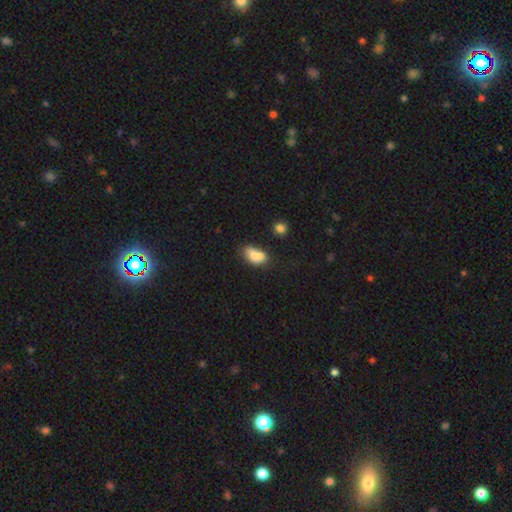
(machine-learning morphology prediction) smooth_or_featured: smooth (p=0.79) [alt: featured or disk p=0.11]
how_rounded: in between (p=0.87) [alt: round p=0.08]
merging: none (p=0.38) [alt: minor disturbance p=0.27]